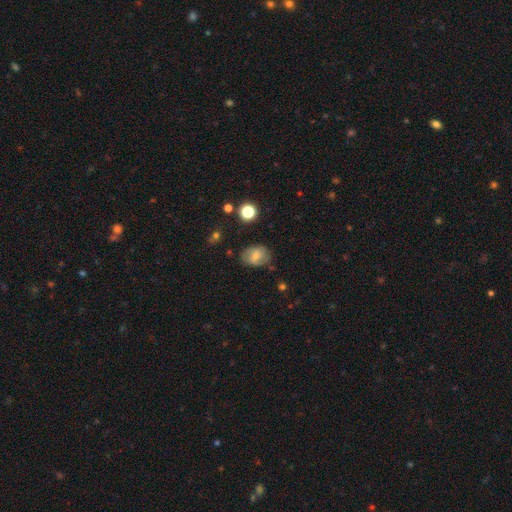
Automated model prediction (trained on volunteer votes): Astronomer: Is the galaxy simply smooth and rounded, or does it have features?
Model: smooth — 59%.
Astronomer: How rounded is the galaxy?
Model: in between — 68%.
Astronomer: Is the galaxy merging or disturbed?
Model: none — 73%.